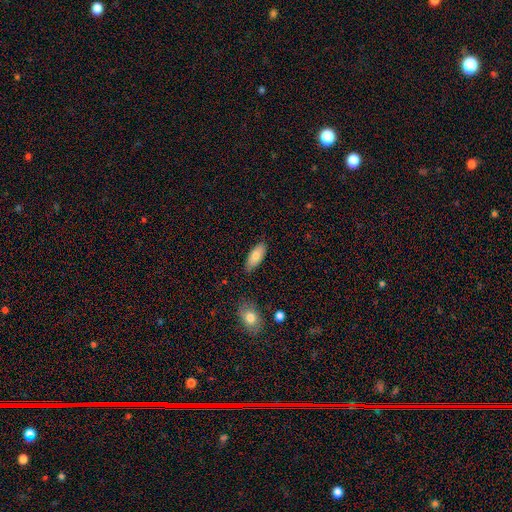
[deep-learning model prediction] smooth_or_featured: smooth (p=0.78) [alt: featured or disk p=0.16]
how_rounded: in between (p=0.85) [alt: cigar-shaped p=0.12]
merging: none (p=0.83) [alt: minor disturbance p=0.13]